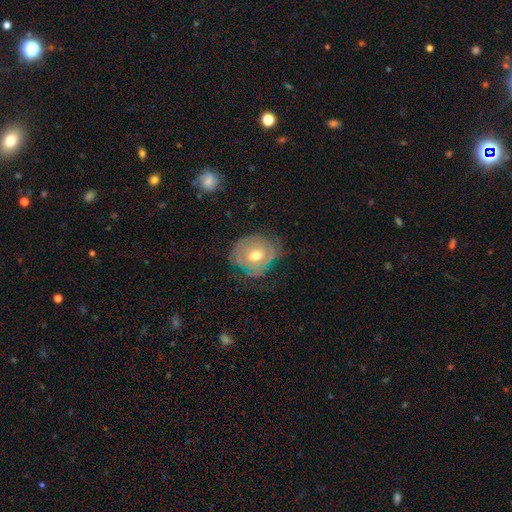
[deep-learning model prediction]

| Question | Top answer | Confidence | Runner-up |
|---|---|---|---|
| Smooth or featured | featured or disk | 58% | smooth (35%) |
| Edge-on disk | no | 95% | yes (5%) |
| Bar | no | 67% | weak (26%) |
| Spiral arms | yes | 57% | no (43%) |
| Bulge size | moderate | 78% | small (13%) |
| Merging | none | 56% | minor disturbance (28%) |